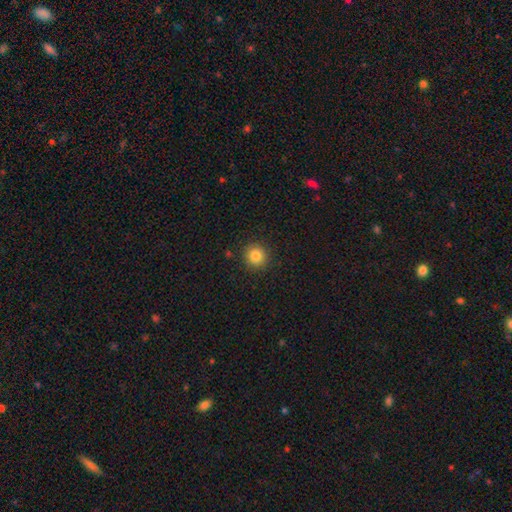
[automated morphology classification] Q: Smooth or featured?
A: smooth (84%); runner-up: star or artifact (11%)
Q: How rounded?
A: round (93%); runner-up: in between (6%)
Q: Merging?
A: none (90%); runner-up: minor disturbance (6%)